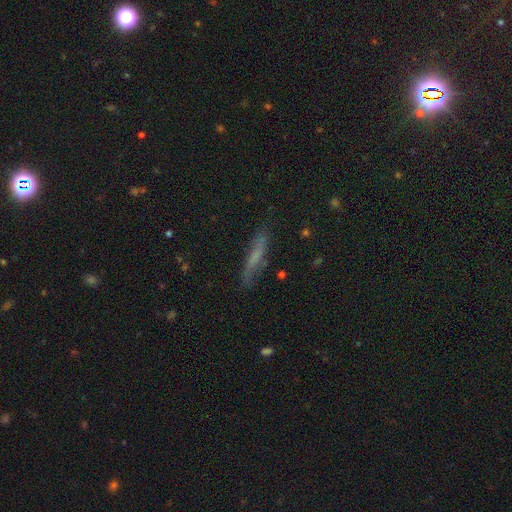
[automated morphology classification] A smooth galaxy with no disk features (52%) that is cigar-shaped (86%).

Vote fractions:
- Smooth or featured? smooth: 52% / featured or disk: 37% / star or artifact: 12%
- How rounded? cigar-shaped: 86% / in between: 11% / round: 2%
- Merging? none: 75% / minor disturbance: 18% / major disturbance: 5% / merger: 2%